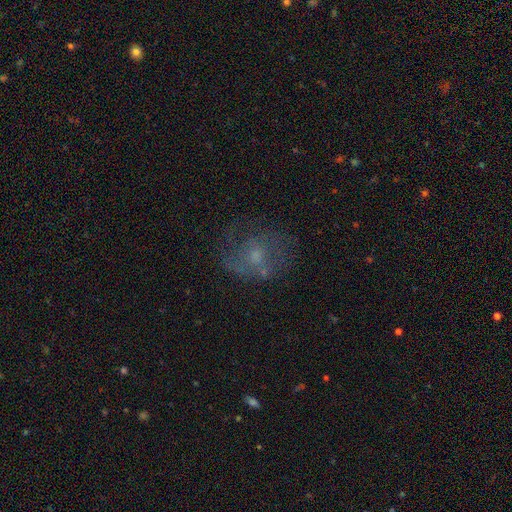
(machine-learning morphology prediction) Smooth or featured? Predicted: featured or disk (p=0.51). Edge-on disk? Predicted: no (p=0.97). Merging? Predicted: none (p=0.54).